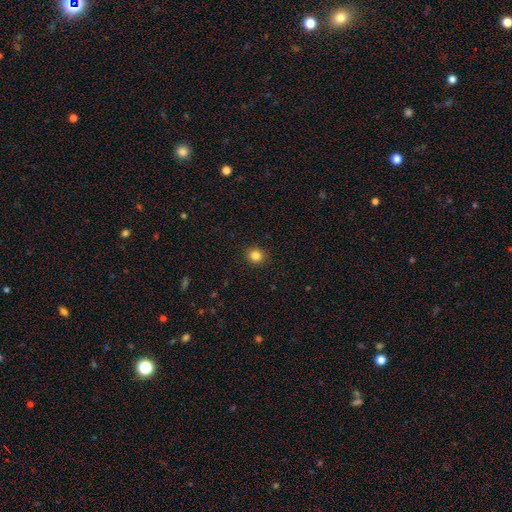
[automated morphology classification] smooth_or_featured: smooth (p=0.84) [alt: star or artifact p=0.11]
how_rounded: round (p=0.86) [alt: in between p=0.13]
merging: none (p=0.91) [alt: minor disturbance p=0.06]